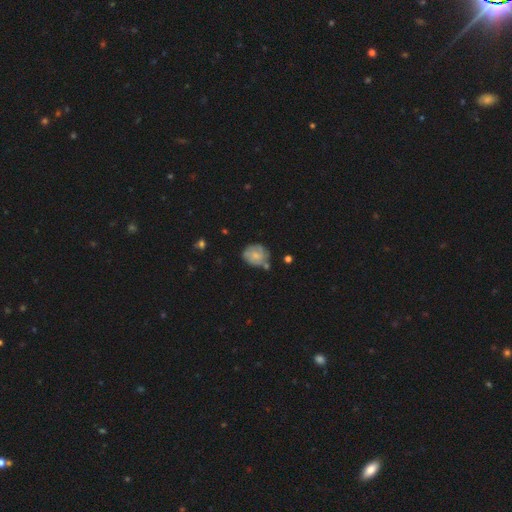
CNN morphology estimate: Smooth or featured?
  - smooth: 49% *
  - featured or disk: 44%
  - star or artifact: 7%
Merging?
  - none: 59% *
  - minor disturbance: 26%
  - merger: 8%
  - major disturbance: 8%